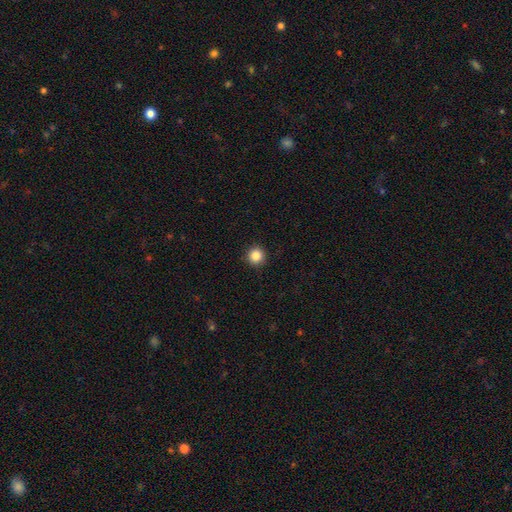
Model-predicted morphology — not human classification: A smooth galaxy with no disk features (86%) that is round (95%).

Vote fractions:
- Smooth or featured? smooth: 86% / star or artifact: 11% / featured or disk: 4%
- How rounded? round: 95% / in between: 4% / cigar-shaped: 1%
- Merging? none: 93% / minor disturbance: 5% / major disturbance: 2% / merger: 1%